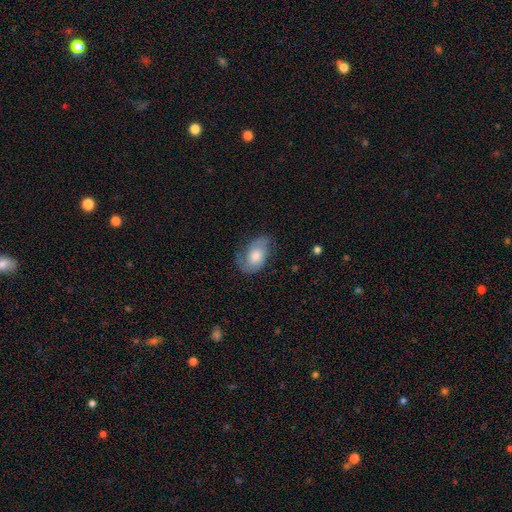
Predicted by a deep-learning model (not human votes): Smooth or featured: featured or disk — 57% (smooth — 35%)
Edge-on disk: no — 95% (yes — 5%)
Bar: no — 73% (weak — 23%)
Spiral arms: yes — 86% (no — 14%)
Bulge size: moderate — 51% (large — 25%)
Merging: none — 64% (minor disturbance — 24%)